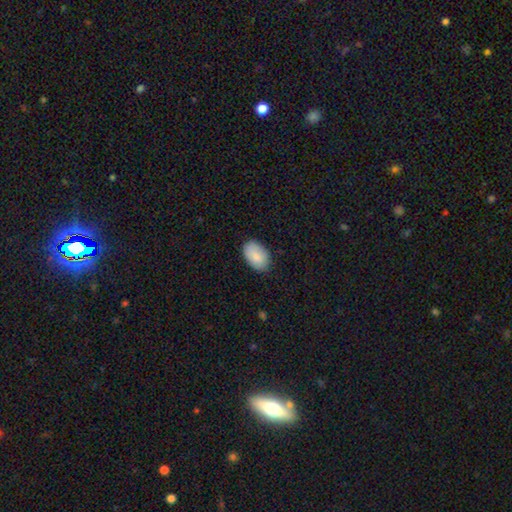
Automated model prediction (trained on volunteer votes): Q: Smooth or featured?
A: smooth (86%); runner-up: featured or disk (8%)
Q: How rounded?
A: in between (91%); runner-up: round (8%)
Q: Merging?
A: none (82%); runner-up: minor disturbance (15%)